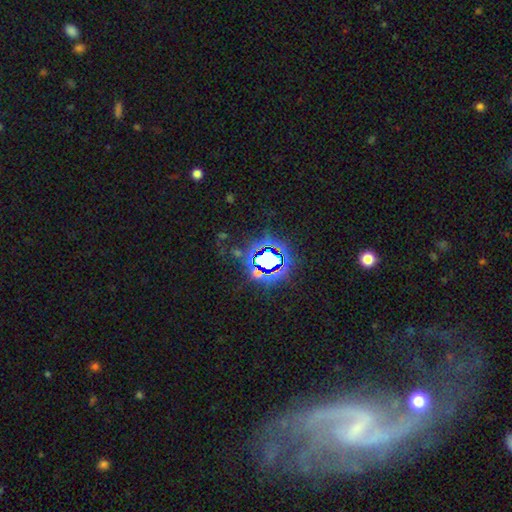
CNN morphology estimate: Smooth or featured?
  - star or artifact: 78% *
  - smooth: 13%
  - featured or disk: 9%